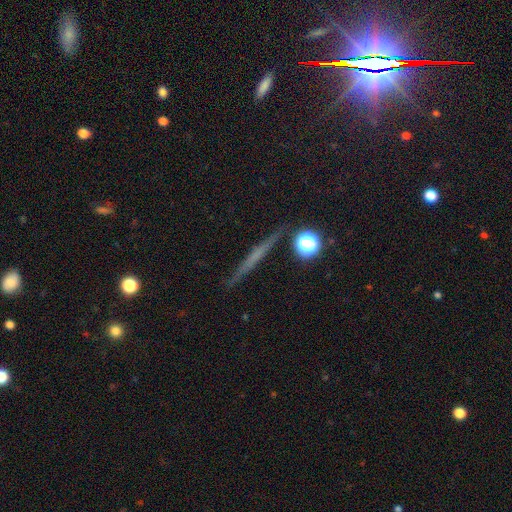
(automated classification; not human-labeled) Smooth or featured?
  - featured or disk: 52% *
  - smooth: 34%
  - star or artifact: 14%
Edge-on disk?
  - yes: 96% *
  - no: 4%
Merging?
  - none: 90% *
  - minor disturbance: 6%
  - major disturbance: 2%
  - merger: 2%